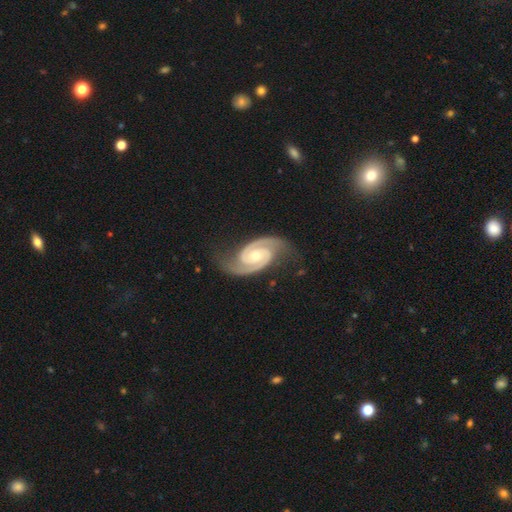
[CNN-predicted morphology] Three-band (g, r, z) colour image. It shows a featured or disk galaxy (94%) with no bar (61%), 2 (94%) medium (46%, tied with tight) spiral arms (99%) and a moderate central bulge (59%). Merging: none (77%).